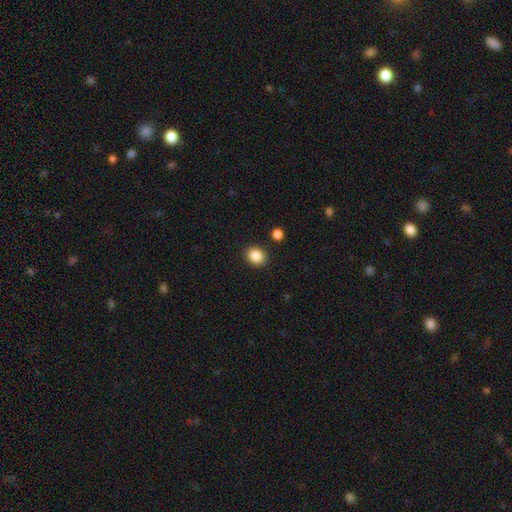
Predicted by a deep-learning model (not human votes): The model was most divided on "how rounded": round: 62%, in between: 37%, cigar-shaped: 1%. More confident: merging — none (88%); smooth or featured — smooth (88%).